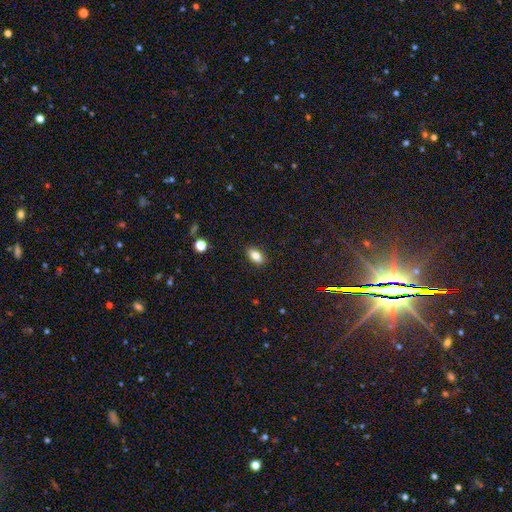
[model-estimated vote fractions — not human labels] smooth-or-featured: smooth: 81% | featured or disk: 10% | star or artifact: 9%
  how-rounded: in between: 88% | round: 7% | cigar-shaped: 5%
  merging: none: 88% | minor disturbance: 9% | major disturbance: 2% | merger: 1%